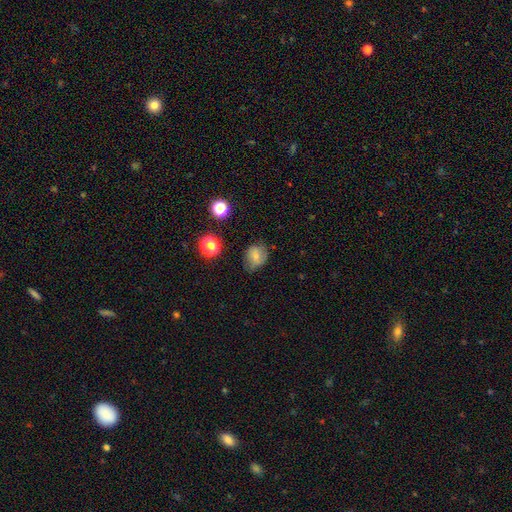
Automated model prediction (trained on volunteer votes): Smooth or featured? smooth (70%)
How rounded? round (62%)
Merging? none (65%)